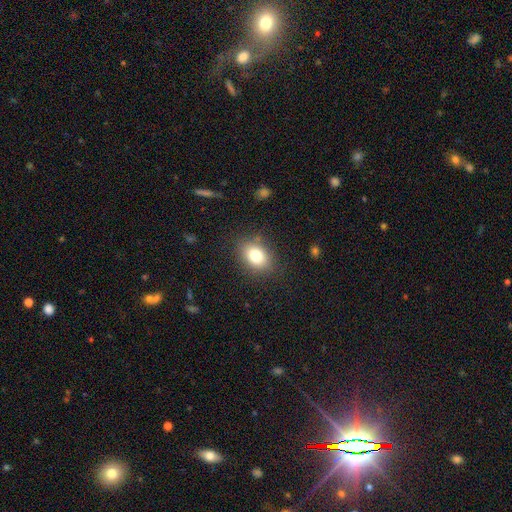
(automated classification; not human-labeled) Overall: smooth (79%). How rounded: in between (69%; round 30%). Merging: none (83%).